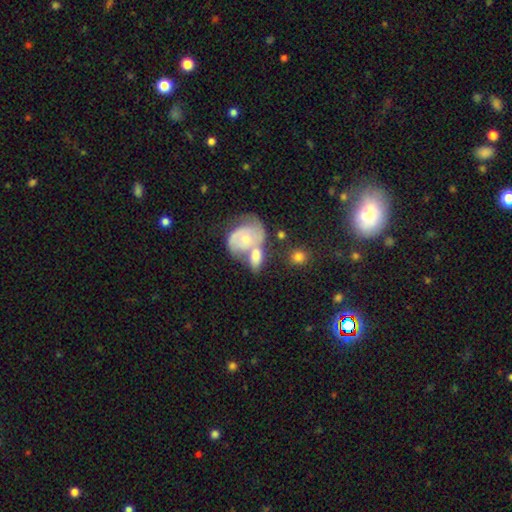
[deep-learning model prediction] The model was most divided on "smooth or featured": smooth: 48%, featured or disk: 44%, star or artifact: 7%. More confident: merging — merger (56%).